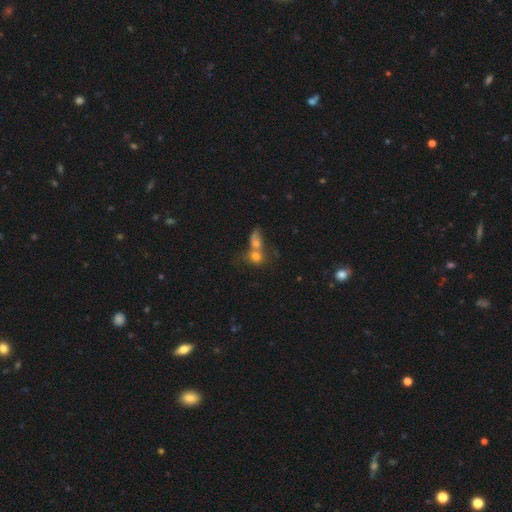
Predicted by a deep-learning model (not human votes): smooth 66%, featured or disk 19%, star or artifact 15%. Down the decision tree: how rounded — round (66%); merging — merger (65%).